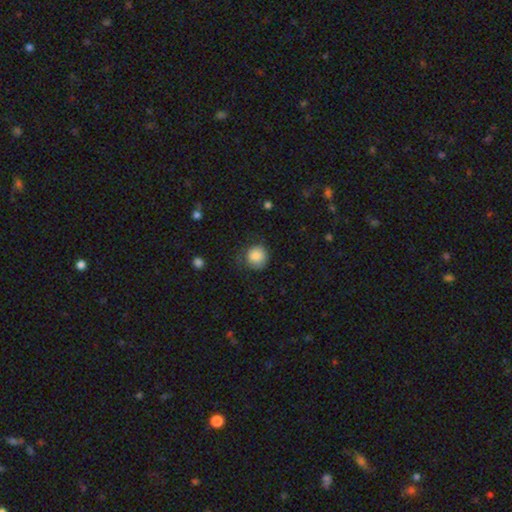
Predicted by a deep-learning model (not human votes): smooth_or_featured: smooth (p=0.85) [alt: star or artifact p=0.08]
how_rounded: round (p=0.89) [alt: in between p=0.10]
merging: none (p=0.64) [alt: minor disturbance p=0.25]